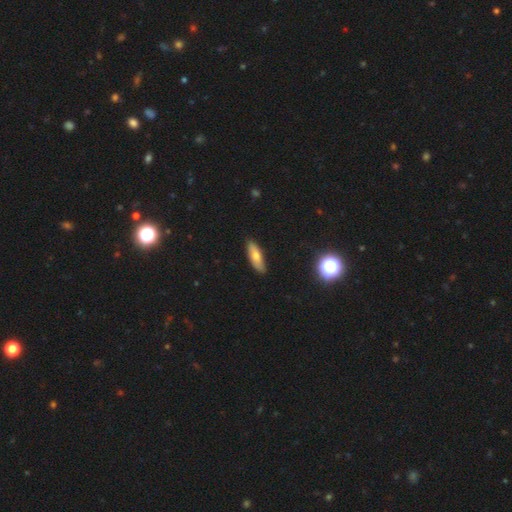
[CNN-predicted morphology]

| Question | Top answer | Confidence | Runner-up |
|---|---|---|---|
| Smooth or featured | smooth | 67% | featured or disk (25%) |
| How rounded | cigar-shaped | 49% | in between (48%) |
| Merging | none | 88% | minor disturbance (10%) |